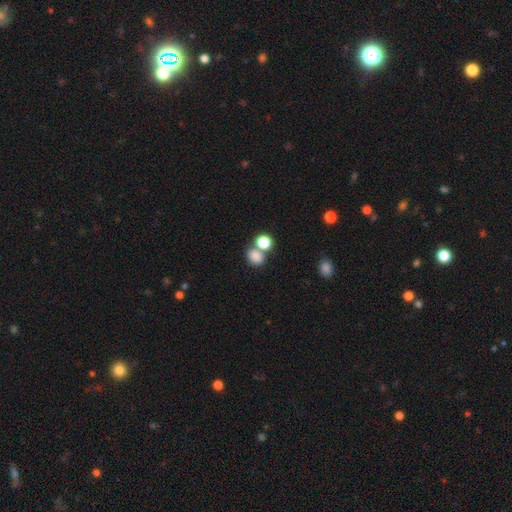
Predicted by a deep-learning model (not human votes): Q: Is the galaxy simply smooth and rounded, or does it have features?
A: smooth — 81%.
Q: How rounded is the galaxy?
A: round — 53%.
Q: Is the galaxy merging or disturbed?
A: none — 51%.